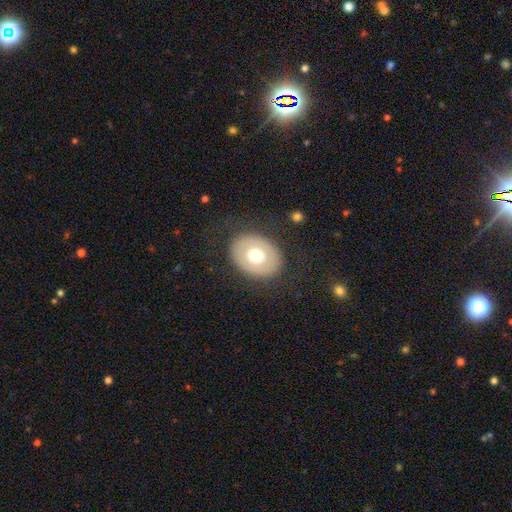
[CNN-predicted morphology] smooth-or-featured: smooth: 61% | featured or disk: 32% | star or artifact: 8%
  how-rounded: in between: 60% | round: 39% | cigar-shaped: 1%
  merging: none: 84% | minor disturbance: 10% | major disturbance: 5% | merger: 1%